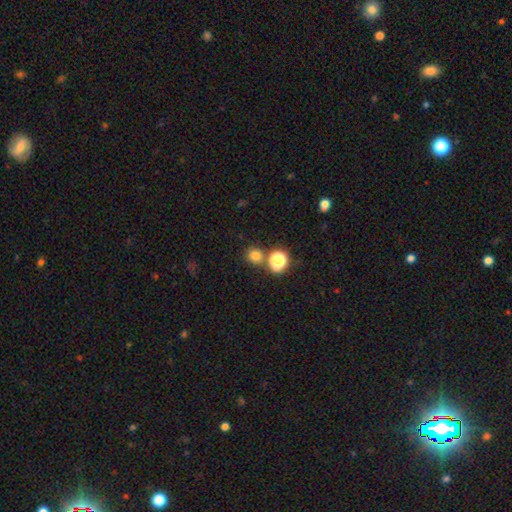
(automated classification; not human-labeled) Morphology: type=smooth (75%); roundness=round (90%); merging=none (74%).